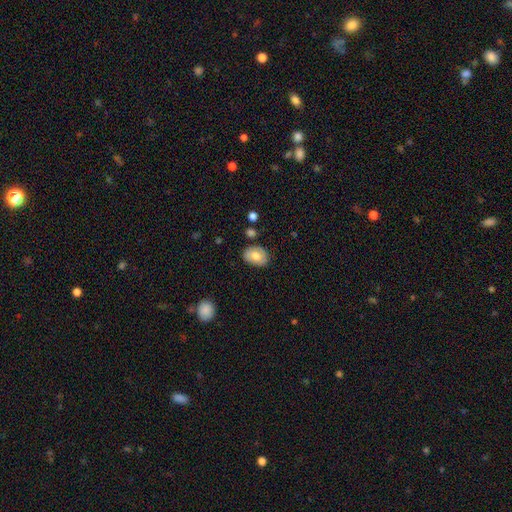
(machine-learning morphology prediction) Smooth or featured: smooth — 70% (featured or disk — 23%)
How rounded: in between — 73% (round — 26%)
Merging: none — 81% (minor disturbance — 13%)